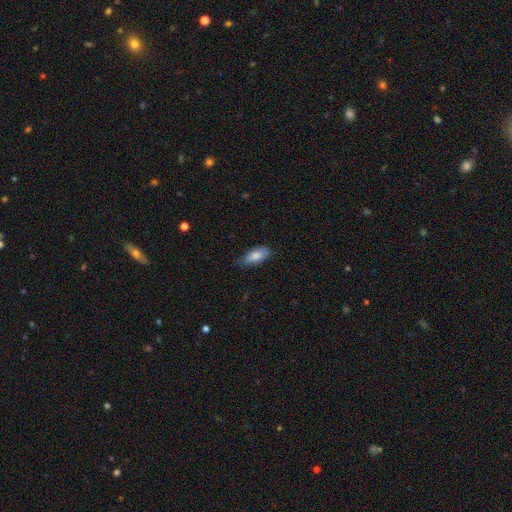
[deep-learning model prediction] Smooth or featured? Predicted: smooth (p=0.83). How rounded? Predicted: in between (p=0.84). Merging? Predicted: none (p=0.71).